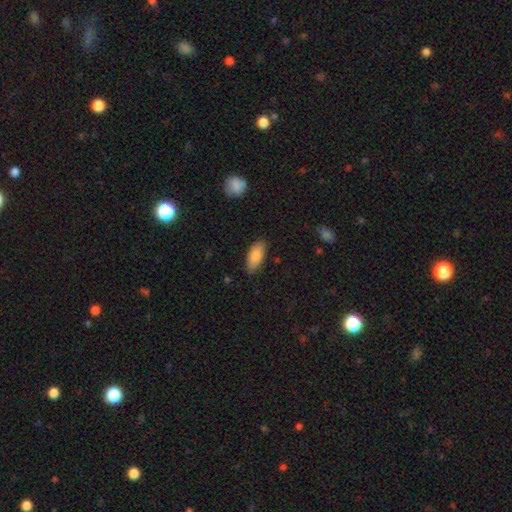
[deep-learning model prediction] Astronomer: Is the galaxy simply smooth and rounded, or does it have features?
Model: smooth — 84%.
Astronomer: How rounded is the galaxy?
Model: in between — 86%.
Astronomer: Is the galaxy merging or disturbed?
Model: none — 84%.